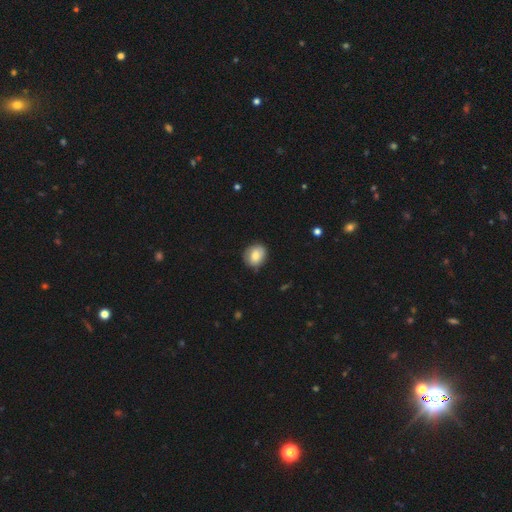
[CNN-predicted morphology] A smooth galaxy with no disk features (79%) that is round (64%).

Vote fractions:
- Smooth or featured? smooth: 79% / featured or disk: 13% / star or artifact: 8%
- How rounded? round: 64% / in between: 35% / cigar-shaped: 1%
- Merging? none: 81% / minor disturbance: 15% / major disturbance: 3% / merger: 1%